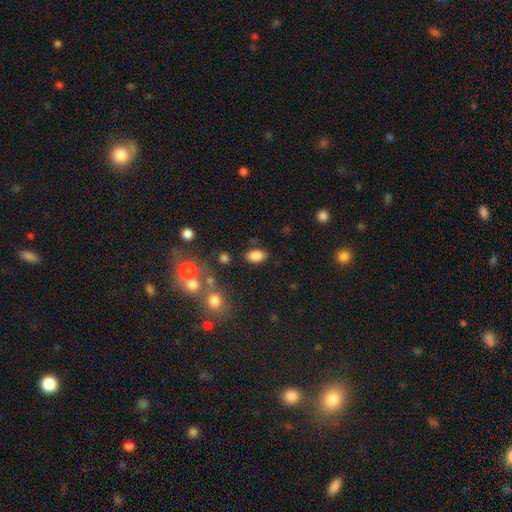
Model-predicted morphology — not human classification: A smooth galaxy with no disk features (84%) that is in between round and cigar-shaped (89%). Merging: none (83%).